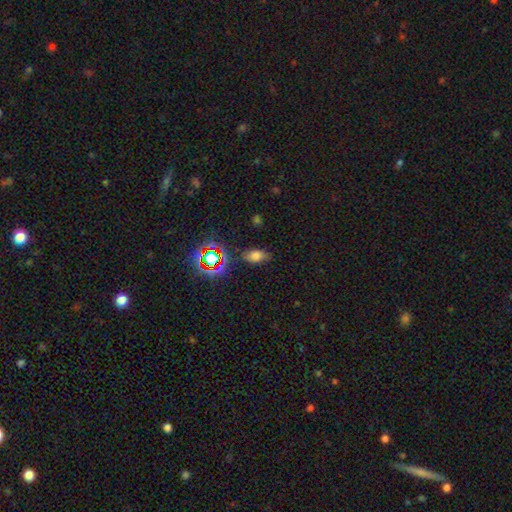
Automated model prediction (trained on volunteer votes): A smooth galaxy with no disk features (65%) that is in between round and cigar-shaped (86%).

Vote fractions:
- Smooth or featured? smooth: 65% / star or artifact: 23% / featured or disk: 12%
- How rounded? in between: 86% / round: 10% / cigar-shaped: 4%
- Merging? none: 75% / minor disturbance: 18% / major disturbance: 5% / merger: 2%